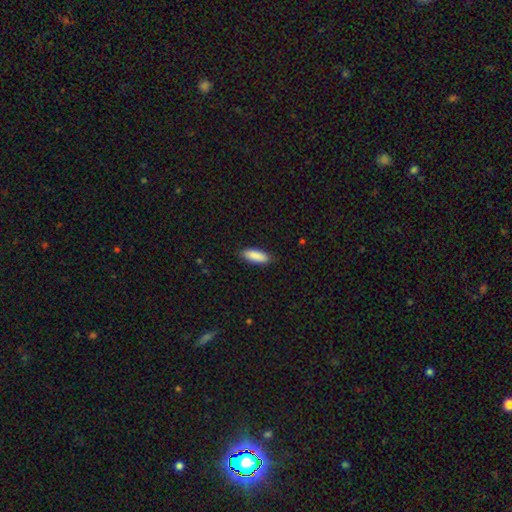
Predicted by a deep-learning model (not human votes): This is clearly a smooth galaxy (90%). How rounded: likely in between (70%). Merging: clearly none (87%).